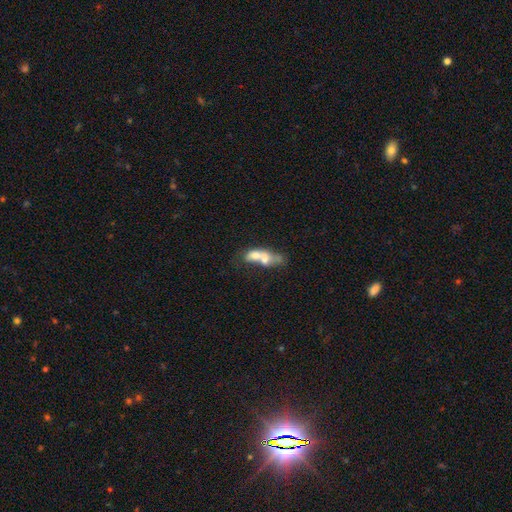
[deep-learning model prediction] This is possibly a smooth galaxy (55%). How rounded: likely in between (66%). Merging: likely merger (70%).